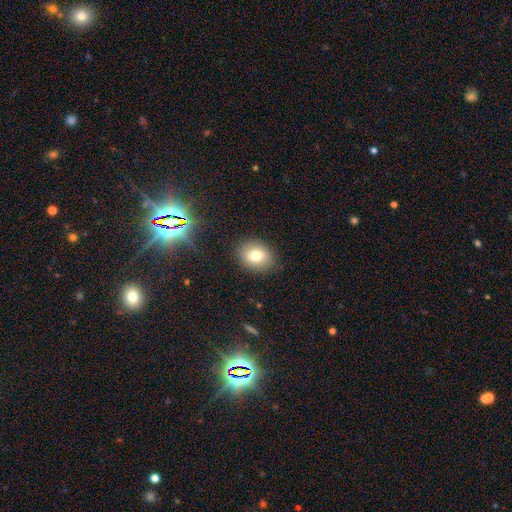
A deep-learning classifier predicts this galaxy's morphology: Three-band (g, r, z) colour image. It shows a smooth galaxy with no disk features (76%) that is in between round and cigar-shaped (53%). Merging: none (87%).